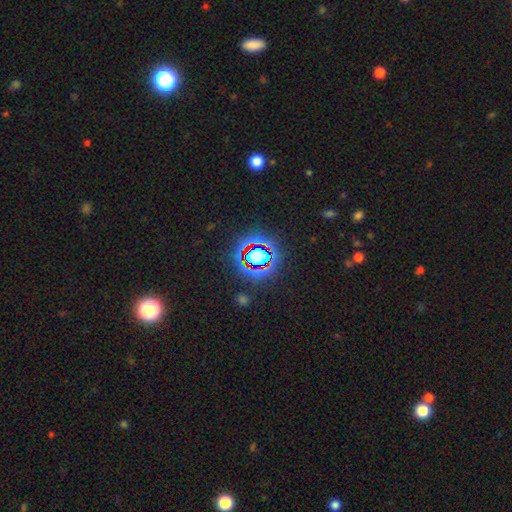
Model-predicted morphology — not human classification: The model was most divided on "smooth or featured": star or artifact: 69%, smooth: 20%, featured or disk: 11%.